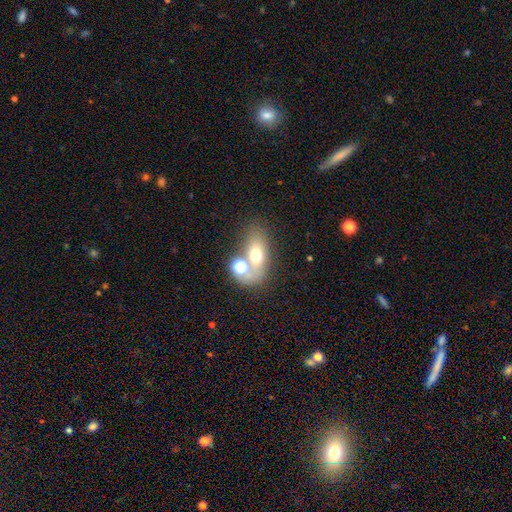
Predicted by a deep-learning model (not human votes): Smooth or featured? Predicted: smooth (p=0.62). How rounded? Predicted: in between (p=0.72). Merging? Predicted: none (p=0.47).